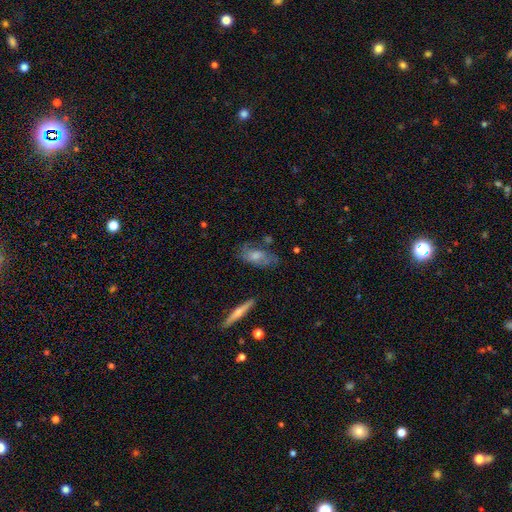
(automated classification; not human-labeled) smooth_or_featured: smooth (p=0.49) [alt: featured or disk p=0.43]
merging: none (p=0.56) [alt: minor disturbance p=0.26]